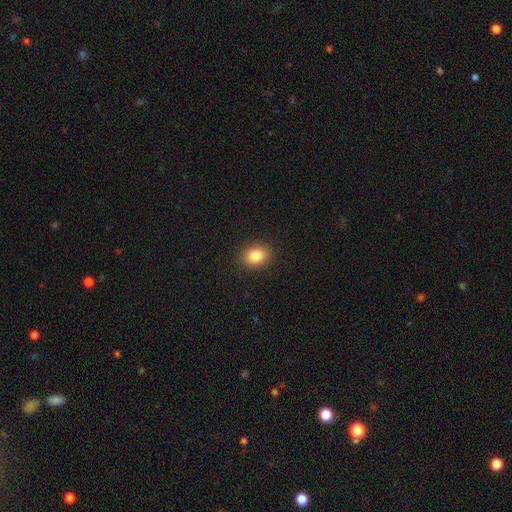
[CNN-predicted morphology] smooth-or-featured: smooth: 84% | star or artifact: 10% | featured or disk: 6%
  how-rounded: in between: 55% | round: 44% | cigar-shaped: 1%
  merging: none: 90% | minor disturbance: 7% | major disturbance: 2% | merger: 1%